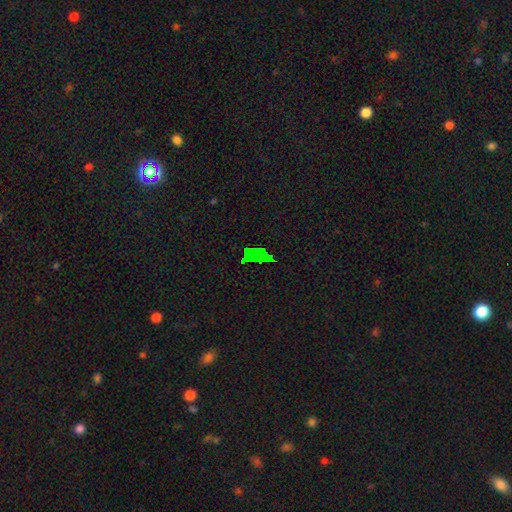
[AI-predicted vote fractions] Q: Smooth or featured?
A: star or artifact (60%); runner-up: smooth (30%)